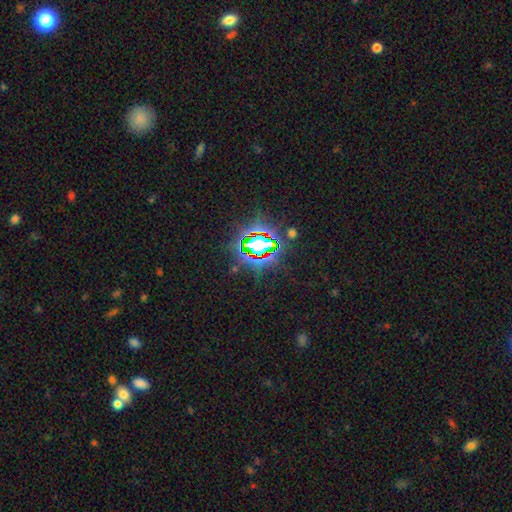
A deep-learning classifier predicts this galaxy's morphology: The model was most divided on "smooth or featured": star or artifact: 84%, smooth: 10%, featured or disk: 6%.